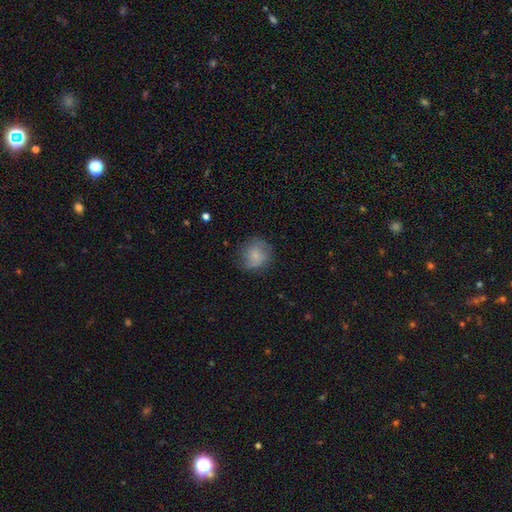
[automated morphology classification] Smooth or featured? smooth (76%)
How rounded? round (85%)
Merging? none (73%)